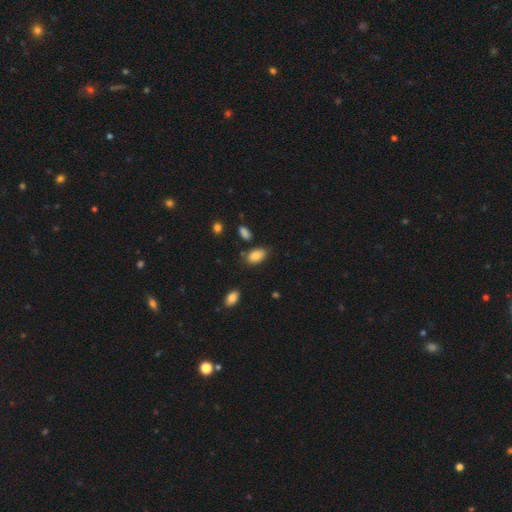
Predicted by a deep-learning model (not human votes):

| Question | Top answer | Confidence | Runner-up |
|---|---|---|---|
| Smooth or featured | smooth | 86% | star or artifact (8%) |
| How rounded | in between | 92% | round (6%) |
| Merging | none | 74% | minor disturbance (17%) |